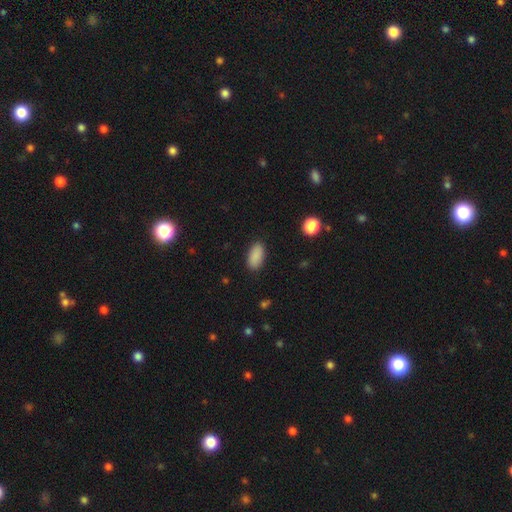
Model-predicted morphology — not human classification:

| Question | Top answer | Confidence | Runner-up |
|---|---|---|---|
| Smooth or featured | smooth | 89% | star or artifact (7%) |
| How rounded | in between | 93% | cigar-shaped (4%) |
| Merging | none | 88% | minor disturbance (9%) |